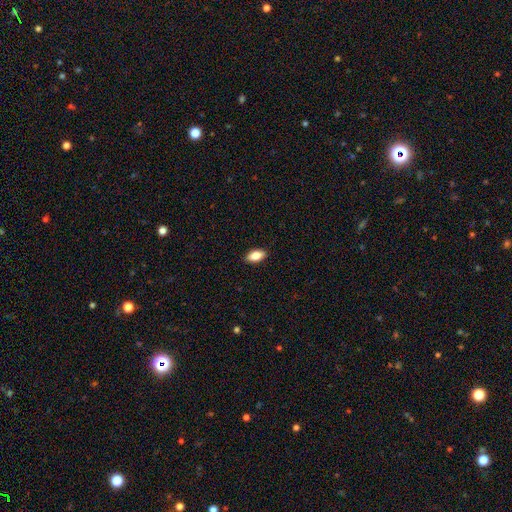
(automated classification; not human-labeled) A smooth galaxy with no disk features (83%) that is in between round and cigar-shaped (90%). Merging: none (89%).